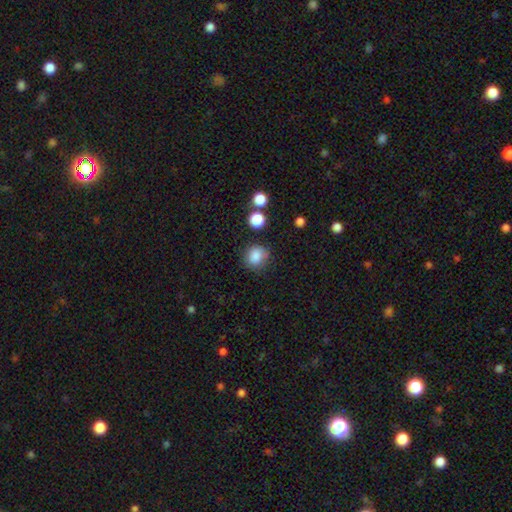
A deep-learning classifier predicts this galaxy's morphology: Smooth or featured? smooth (85%)
How rounded? round (77%)
Merging? none (75%)